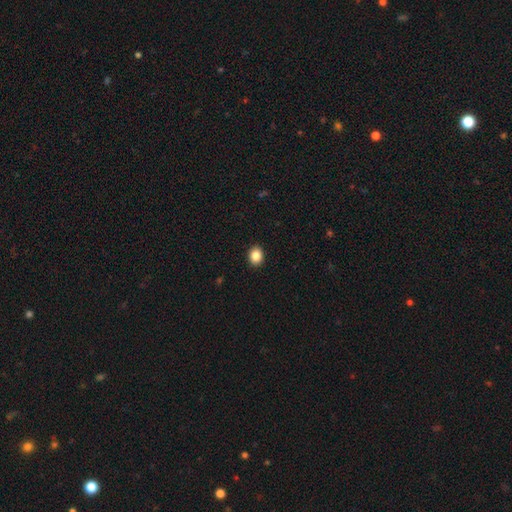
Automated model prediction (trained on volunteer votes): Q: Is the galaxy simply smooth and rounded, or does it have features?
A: smooth — 87%.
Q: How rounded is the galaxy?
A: round — 50%.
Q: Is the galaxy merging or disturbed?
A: none — 92%.